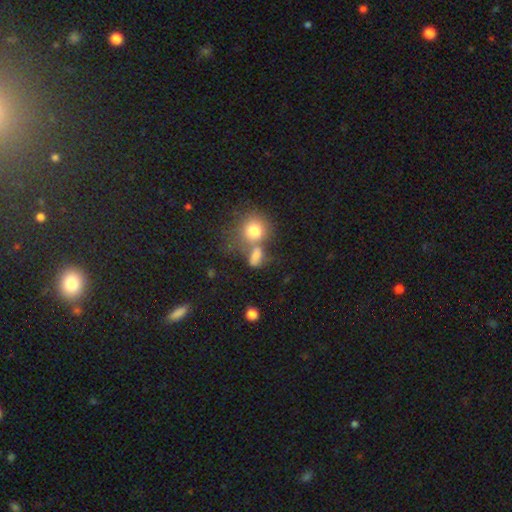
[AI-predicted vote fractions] Morphology: type=smooth (71%); roundness=in between (59%); merging=merger (43%).